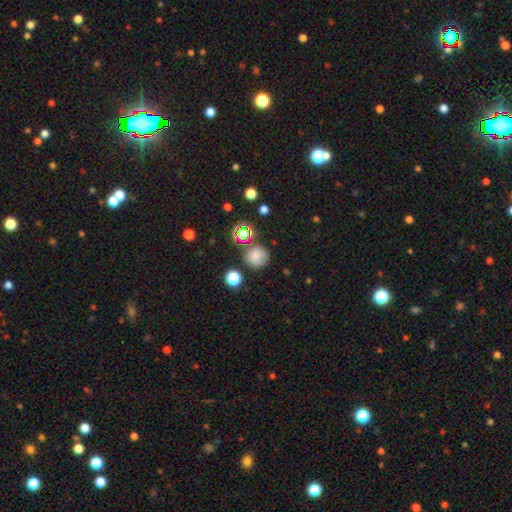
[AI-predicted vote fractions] Smooth or featured?
  - smooth: 73% *
  - star or artifact: 18%
  - featured or disk: 8%
How rounded?
  - round: 90% *
  - in between: 9%
  - cigar-shaped: 1%
Merging?
  - none: 76% *
  - minor disturbance: 13%
  - merger: 6%
  - major disturbance: 4%